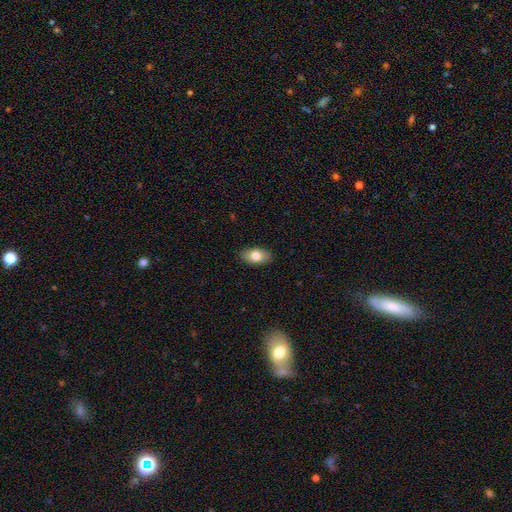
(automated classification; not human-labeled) Smooth or featured?
  - smooth: 78% *
  - featured or disk: 15%
  - star or artifact: 7%
How rounded?
  - in between: 92% *
  - round: 5%
  - cigar-shaped: 3%
Merging?
  - none: 88% *
  - minor disturbance: 9%
  - major disturbance: 2%
  - merger: 1%